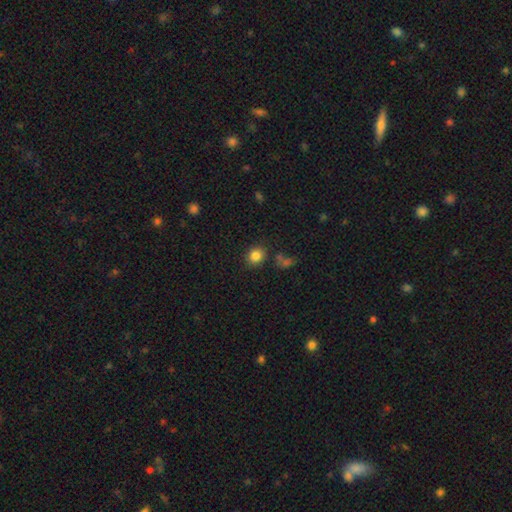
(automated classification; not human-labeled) Smooth or featured? smooth (83%)
How rounded? round (71%)
Merging? none (82%)